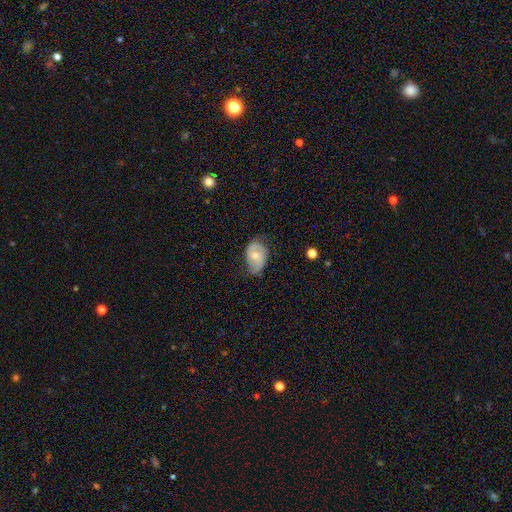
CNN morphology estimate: smooth_or_featured: smooth (p=0.52) [alt: featured or disk p=0.41]
how_rounded: in between (p=0.84) [alt: round p=0.15]
merging: none (p=0.58) [alt: minor disturbance p=0.32]